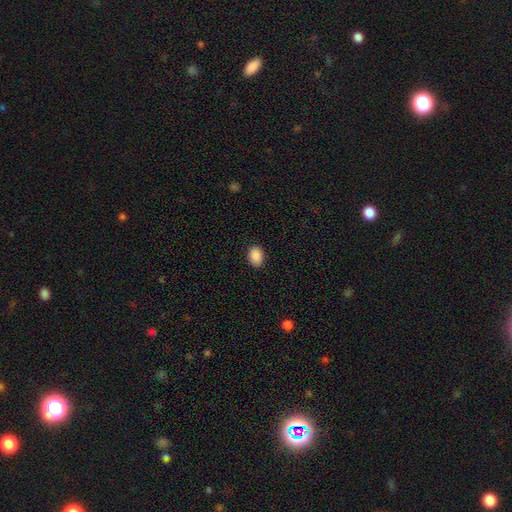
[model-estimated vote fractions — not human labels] Overall: smooth (90%). How rounded: in between (75%). Merging: none (89%).